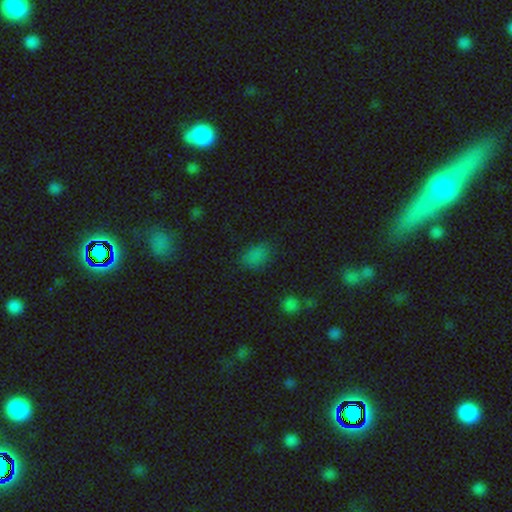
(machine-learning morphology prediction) type=smooth (76%); roundness=in between (83%); merging=none (74%).